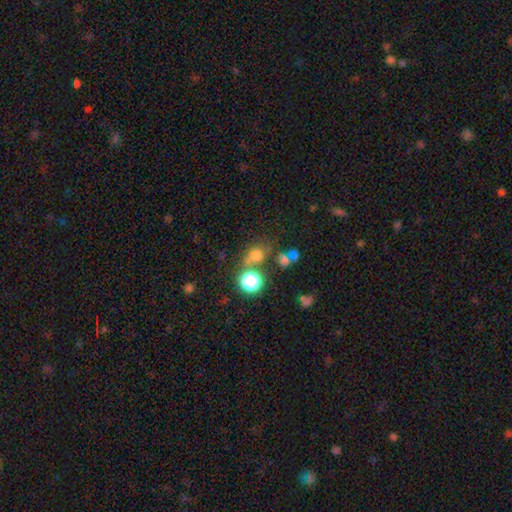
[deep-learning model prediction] smooth 62%, star or artifact 29%, featured or disk 10%. Down the decision tree: how rounded — round (76%); merging — none (61%).